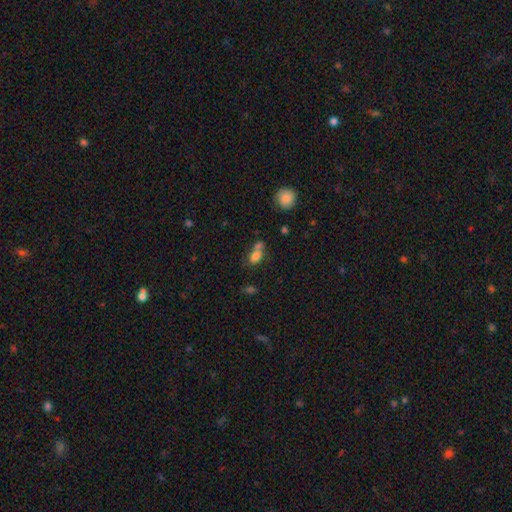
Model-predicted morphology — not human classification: Smooth or featured?
  - smooth: 74% *
  - featured or disk: 14%
  - star or artifact: 12%
How rounded?
  - in between: 70% *
  - round: 26%
  - cigar-shaped: 4%
Merging?
  - merger: 49% *
  - none: 32%
  - minor disturbance: 12%
  - major disturbance: 7%